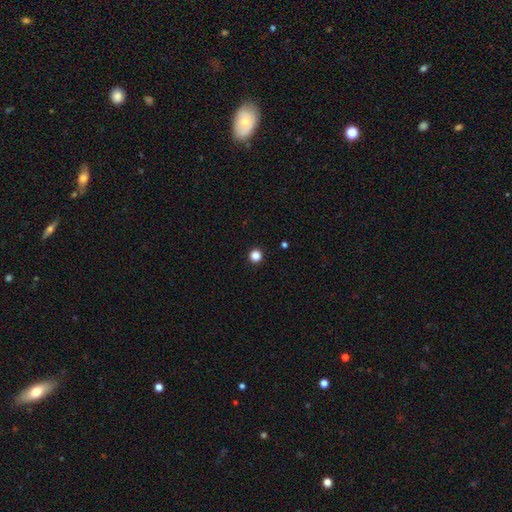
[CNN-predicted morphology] type=smooth (84%); roundness=round (96%); merging=none (94%).